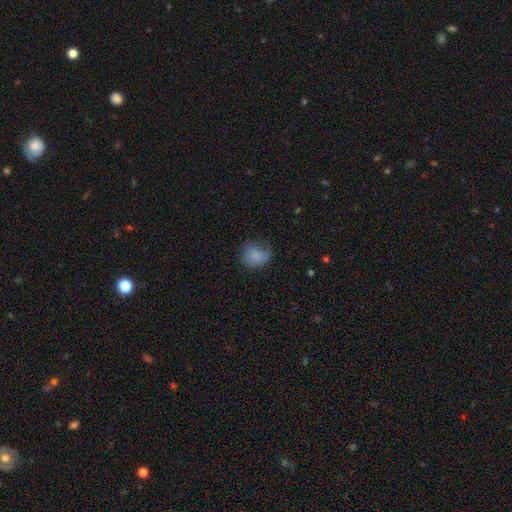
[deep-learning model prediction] Smooth or featured: smooth — 78% (featured or disk — 12%)
How rounded: round — 59% (in between — 40%)
Merging: none — 53% (minor disturbance — 30%)